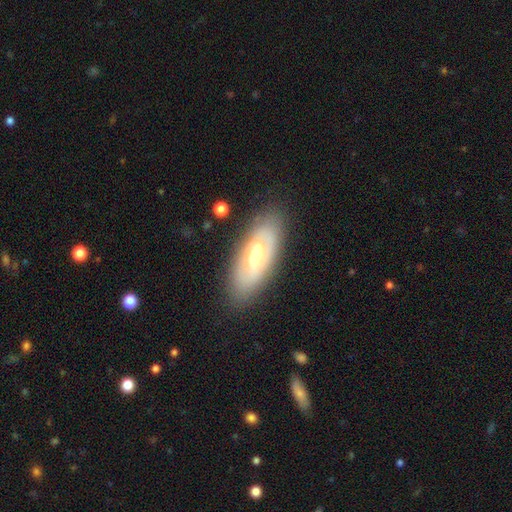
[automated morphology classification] featured or disk 55%, smooth 38%, star or artifact 7%. Down the decision tree: edge-on disk — no (82%); merging — none (81%).